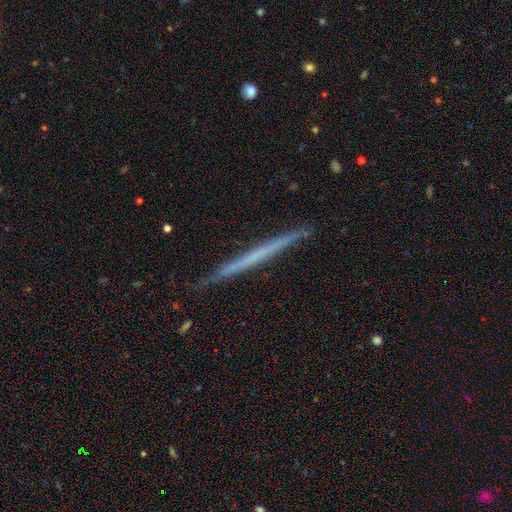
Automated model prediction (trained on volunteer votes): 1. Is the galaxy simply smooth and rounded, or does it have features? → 56% featured or disk, 38% smooth, 6% star or artifact.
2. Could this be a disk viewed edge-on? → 98% yes, 2% no.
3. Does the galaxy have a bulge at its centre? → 93% none, 4% rounded, 3% boxy.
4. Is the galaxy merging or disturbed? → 90% none, 7% minor disturbance, 1% major disturbance, 1% merger.